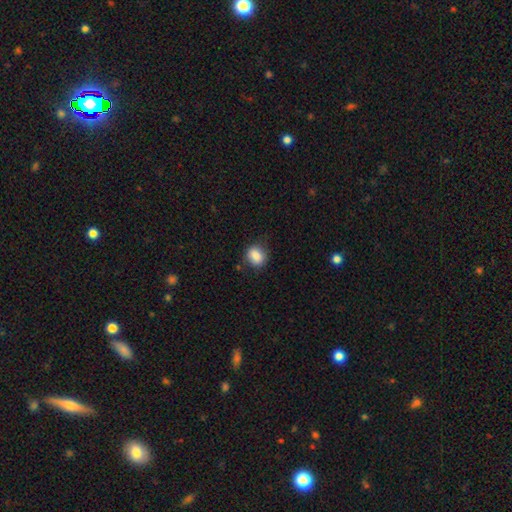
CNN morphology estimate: Smooth or featured: smooth — 86% (star or artifact — 9%)
How rounded: round — 53% (in between — 45%)
Merging: none — 76% (minor disturbance — 18%)